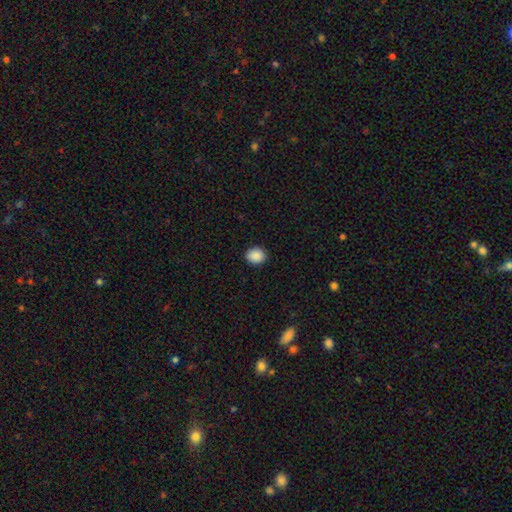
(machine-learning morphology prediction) Smooth or featured: smooth — 89% (star or artifact — 8%)
How rounded: round — 62% (in between — 37%)
Merging: none — 91% (minor disturbance — 7%)